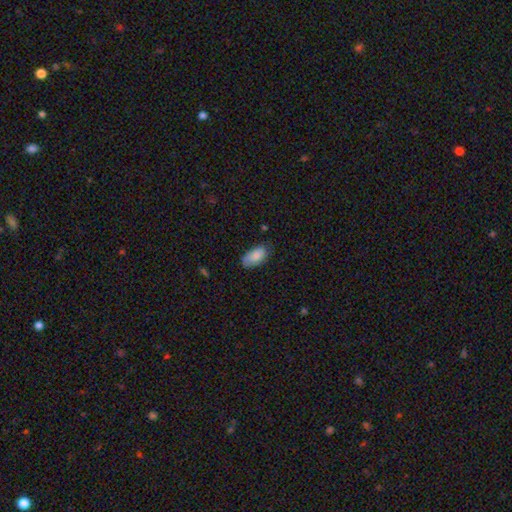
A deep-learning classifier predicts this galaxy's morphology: Smooth or featured? Predicted: smooth (p=0.85). How rounded? Predicted: in between (p=0.93). Merging? Predicted: none (p=0.69).